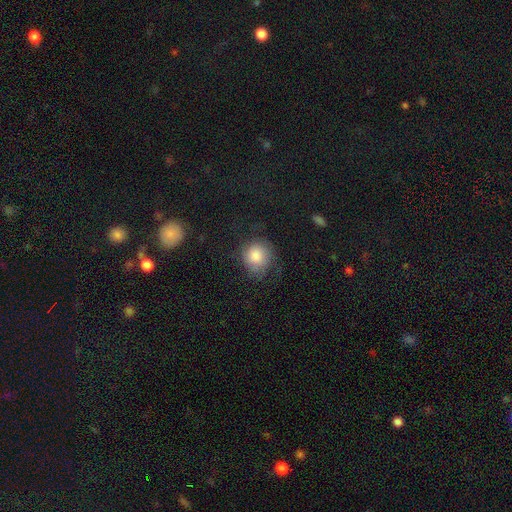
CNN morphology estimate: Smooth or featured? Predicted: smooth (p=0.77). How rounded? Predicted: round (p=0.82). Merging? Predicted: none (p=0.63).